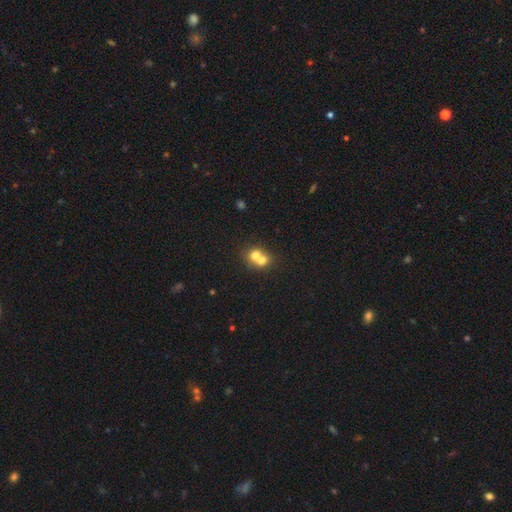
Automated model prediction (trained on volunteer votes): Smooth or featured?
  - smooth: 68% *
  - featured or disk: 20%
  - star or artifact: 12%
How rounded?
  - round: 71% *
  - in between: 28%
  - cigar-shaped: 1%
Merging?
  - merger: 68% *
  - none: 25%
  - minor disturbance: 5%
  - major disturbance: 3%